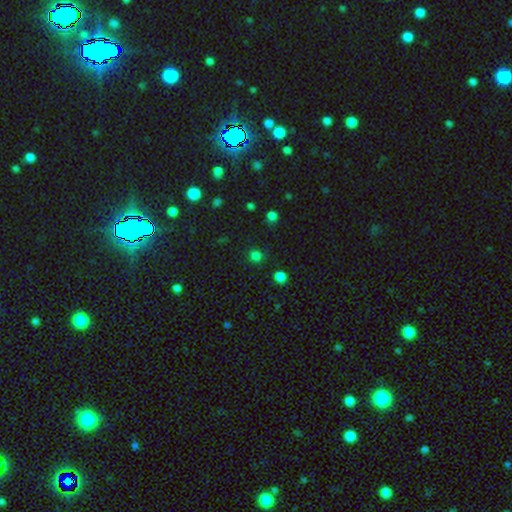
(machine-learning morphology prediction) smooth 76%, star or artifact 20%, featured or disk 4%. Down the decision tree: how rounded — round (89%); merging — none (85%).